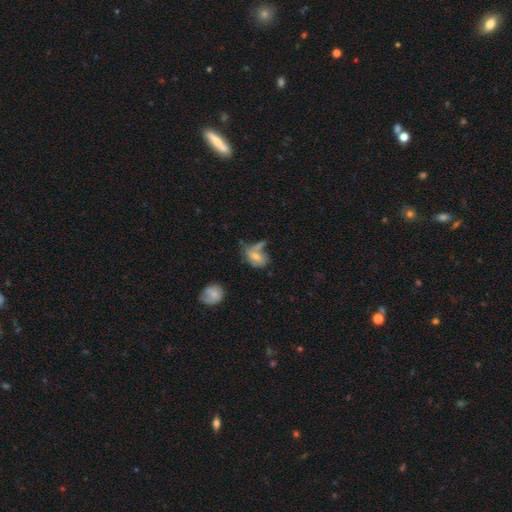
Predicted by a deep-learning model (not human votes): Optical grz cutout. It shows a smooth galaxy with no disk features (54%) that is in between round and cigar-shaped (78%). Merging: none (33%).